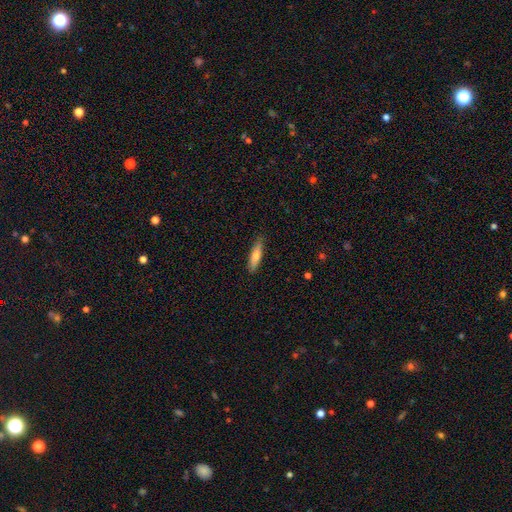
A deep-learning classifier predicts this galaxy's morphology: This is likely a smooth galaxy (65%). How rounded: likely cigar-shaped (75%). Merging: clearly none (87%).